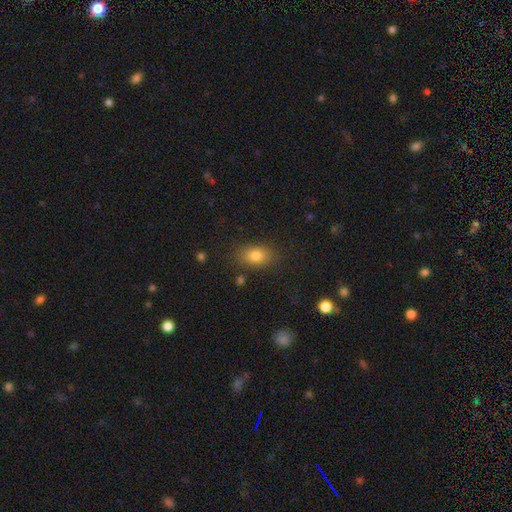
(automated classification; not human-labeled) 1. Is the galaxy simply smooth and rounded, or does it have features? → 81% smooth, 10% star or artifact, 9% featured or disk.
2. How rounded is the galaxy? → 82% in between, 15% round, 2% cigar-shaped.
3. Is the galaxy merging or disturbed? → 83% none, 12% minor disturbance, 4% major disturbance, 2% merger.